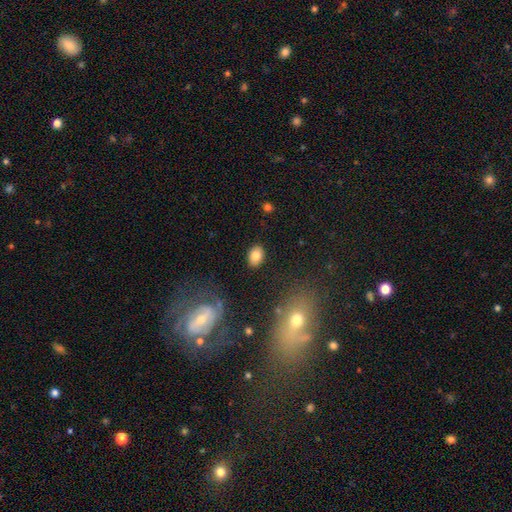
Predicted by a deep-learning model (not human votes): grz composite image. It shows a smooth galaxy with no disk features (82%) that is in between round and cigar-shaped (74%). Merging: none (86%).